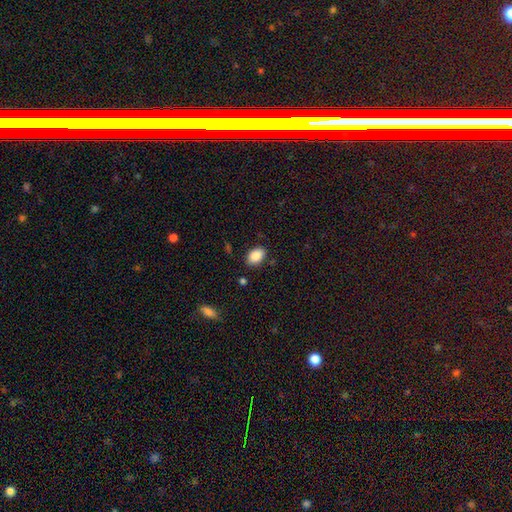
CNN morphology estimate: type=smooth (88%); roundness=in between (88%); merging=none (85%).